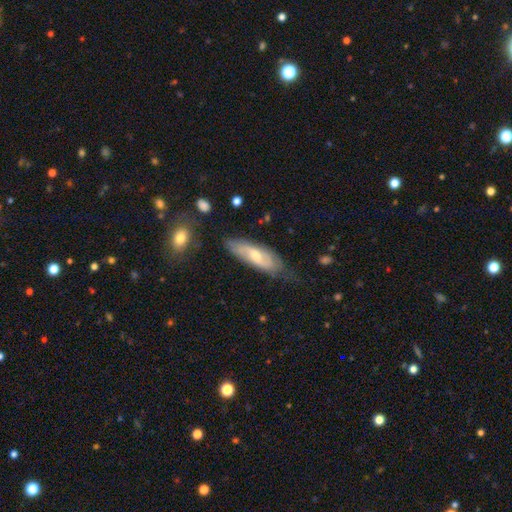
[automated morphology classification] This appears to be a featured or disk galaxy (55%). Merging: none (62%).